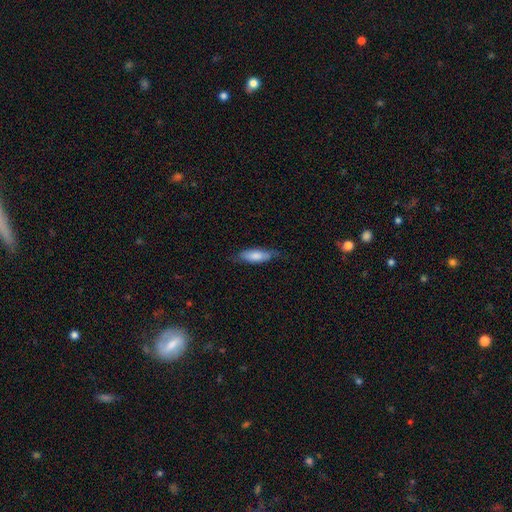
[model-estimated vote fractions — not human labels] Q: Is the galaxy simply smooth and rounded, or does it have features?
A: smooth — 75%.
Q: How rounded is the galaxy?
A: in between — 60%.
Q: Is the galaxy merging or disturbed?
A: none — 67%.